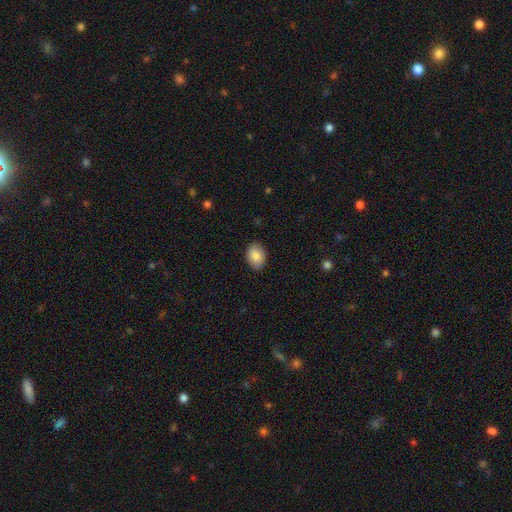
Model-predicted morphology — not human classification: Smooth or featured: smooth — 86% (featured or disk — 7%)
How rounded: in between — 78% (round — 21%)
Merging: none — 88% (minor disturbance — 9%)